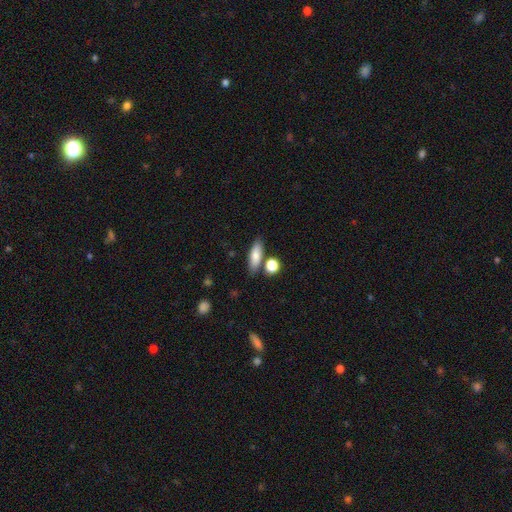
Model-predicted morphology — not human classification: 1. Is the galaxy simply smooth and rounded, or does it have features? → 80% smooth, 13% featured or disk, 7% star or artifact.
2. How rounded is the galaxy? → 56% in between, 39% cigar-shaped, 5% round.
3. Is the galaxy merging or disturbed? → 73% none, 12% merger, 11% minor disturbance, 3% major disturbance.